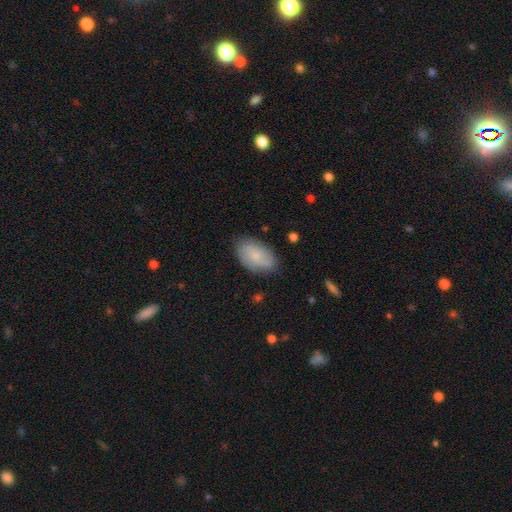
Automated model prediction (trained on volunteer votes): Smooth or featured: smooth — 58% (featured or disk — 35%)
How rounded: in between — 91% (round — 7%)
Merging: none — 77% (minor disturbance — 17%)